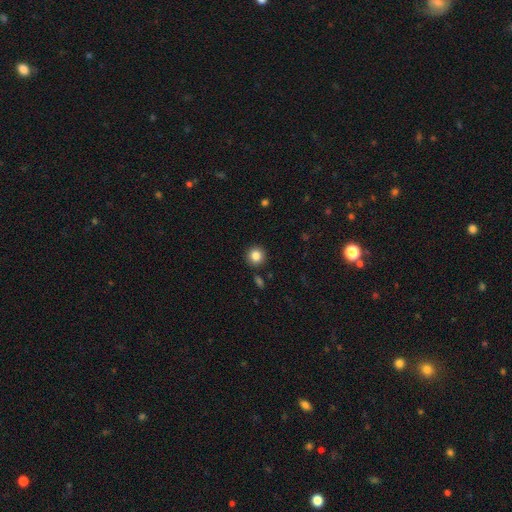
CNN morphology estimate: A smooth galaxy with no disk features (85%) that is round (94%). Merging: none (90%).